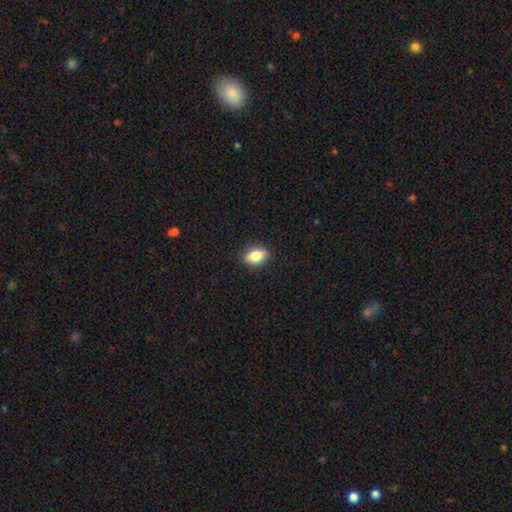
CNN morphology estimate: Smooth or featured?
  - smooth: 76% *
  - featured or disk: 16%
  - star or artifact: 9%
How rounded?
  - in between: 76% *
  - round: 18%
  - cigar-shaped: 6%
Merging?
  - none: 88% *
  - minor disturbance: 9%
  - major disturbance: 2%
  - merger: 1%